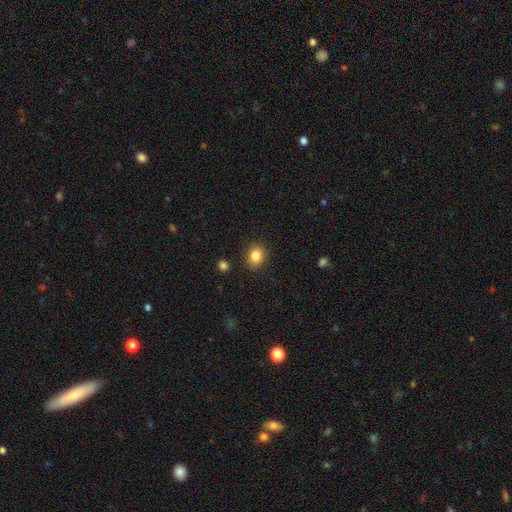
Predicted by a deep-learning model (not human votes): smooth_or_featured: smooth (p=0.85) [alt: star or artifact p=0.10]
how_rounded: round (p=0.52) [alt: in between p=0.47]
merging: none (p=0.88) [alt: minor disturbance p=0.08]